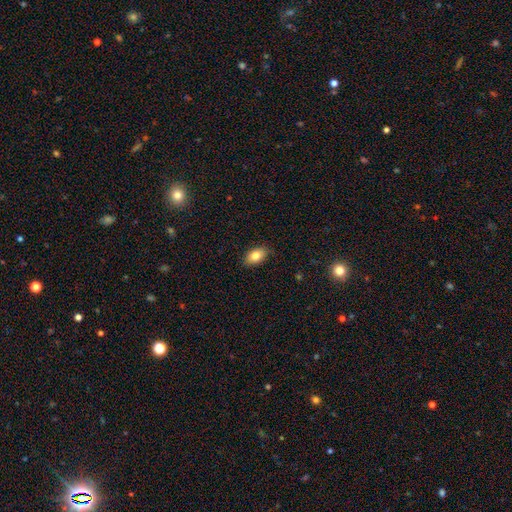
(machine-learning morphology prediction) Q: Smooth or featured?
A: smooth (82%); runner-up: featured or disk (11%)
Q: How rounded?
A: in between (90%); runner-up: round (7%)
Q: Merging?
A: none (86%); runner-up: minor disturbance (11%)